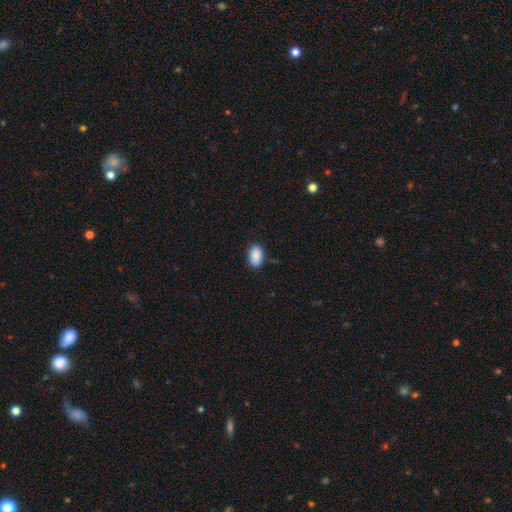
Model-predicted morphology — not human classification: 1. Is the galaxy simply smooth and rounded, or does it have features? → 90% smooth, 7% star or artifact, 3% featured or disk.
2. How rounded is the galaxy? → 90% in between, 9% round, 1% cigar-shaped.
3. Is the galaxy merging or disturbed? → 84% none, 12% minor disturbance, 2% major disturbance, 1% merger.